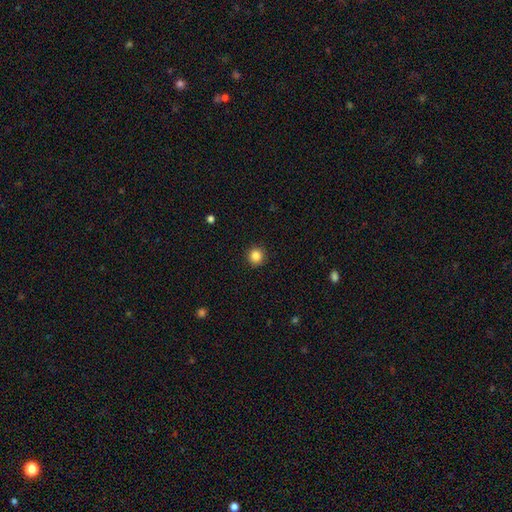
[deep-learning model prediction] A smooth galaxy with no disk features (85%) that is round (94%).

Vote fractions:
- Smooth or featured? smooth: 85% / star or artifact: 10% / featured or disk: 4%
- How rounded? round: 94% / in between: 5% / cigar-shaped: 1%
- Merging? none: 92% / minor disturbance: 5% / major disturbance: 2% / merger: 1%